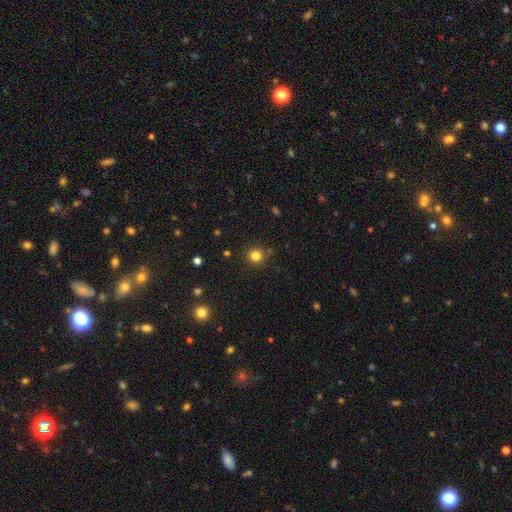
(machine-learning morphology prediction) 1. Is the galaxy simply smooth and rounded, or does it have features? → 81% smooth, 14% star or artifact, 5% featured or disk.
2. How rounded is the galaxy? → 92% round, 7% in between, 1% cigar-shaped.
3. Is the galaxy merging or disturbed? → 87% none, 7% minor disturbance, 3% merger, 2% major disturbance.